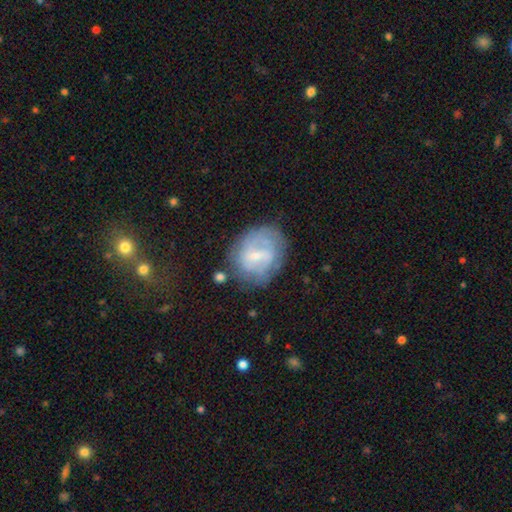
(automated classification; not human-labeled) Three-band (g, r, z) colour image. It shows a featured or disk galaxy (58%) with a weak bar (54%), spiral arms (60%) and a small central bulge (66%). Merging: none (63%).